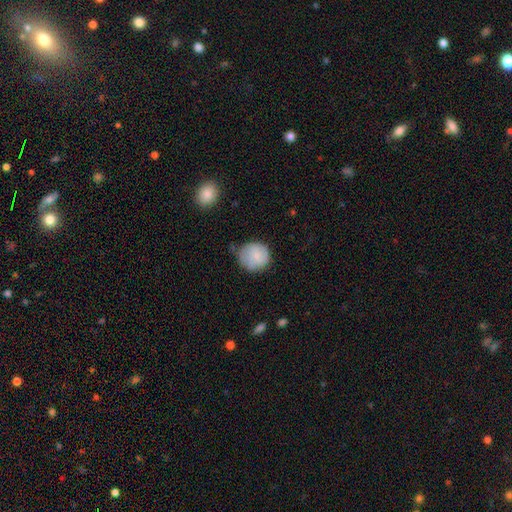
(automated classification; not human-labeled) smooth 74%, featured or disk 19%, star or artifact 7%. Down the decision tree: how rounded — round (86%); merging — none (57%).